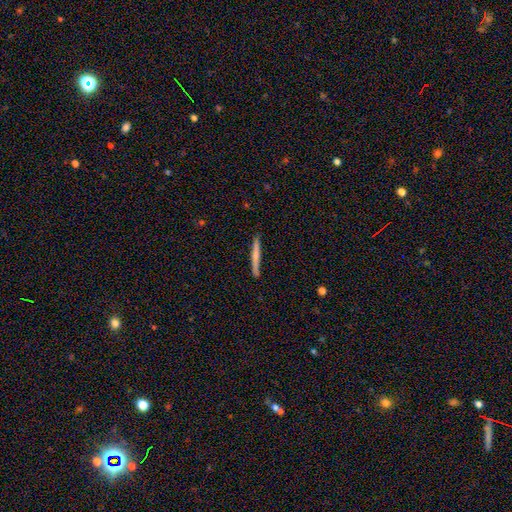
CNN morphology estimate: The model was most divided on "smooth or featured": smooth: 65%, featured or disk: 30%, star or artifact: 6%. More confident: how rounded — cigar-shaped (96%); merging — none (89%).